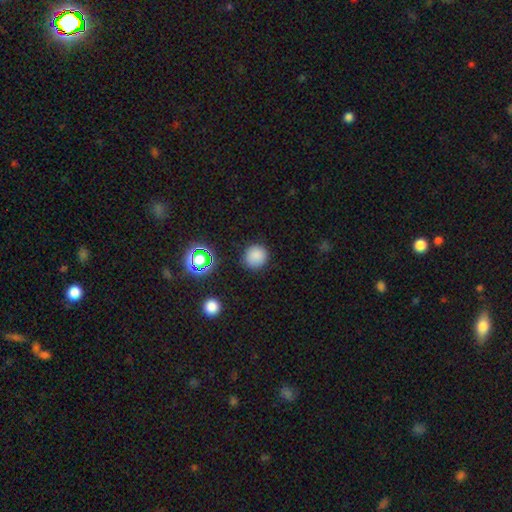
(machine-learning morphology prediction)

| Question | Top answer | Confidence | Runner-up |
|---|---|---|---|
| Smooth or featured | smooth | 81% | star or artifact (14%) |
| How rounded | round | 92% | in between (7%) |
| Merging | none | 87% | minor disturbance (9%) |